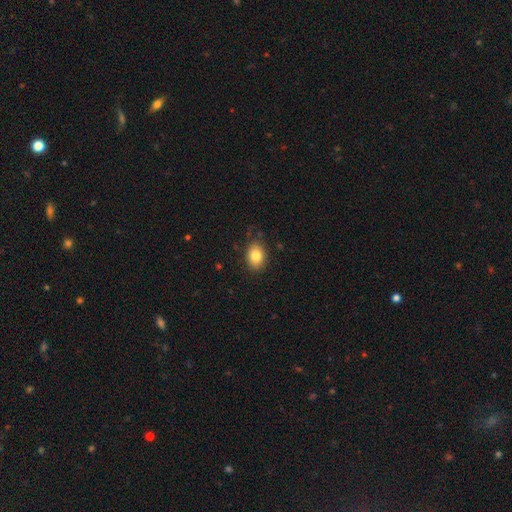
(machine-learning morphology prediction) The model was most divided on "how rounded": in between: 71%, round: 28%, cigar-shaped: 1%. More confident: merging — none (83%); smooth or featured — smooth (83%).